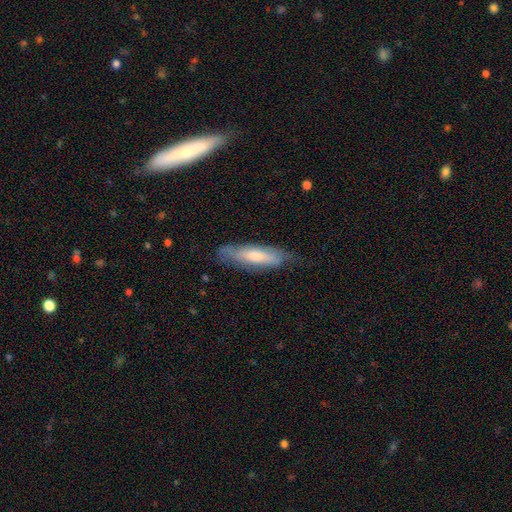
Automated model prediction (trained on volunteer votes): Smooth or featured? smooth (53%)
How rounded? cigar-shaped (66%)
Merging? none (70%)